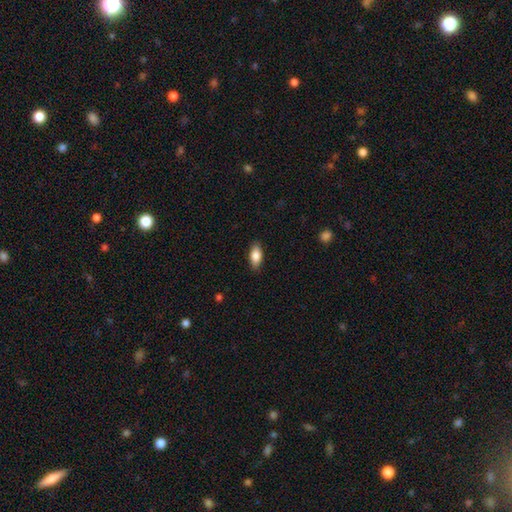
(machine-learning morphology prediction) Smooth or featured: smooth — 80% (featured or disk — 13%)
How rounded: in between — 85% (cigar-shaped — 12%)
Merging: none — 87% (minor disturbance — 10%)